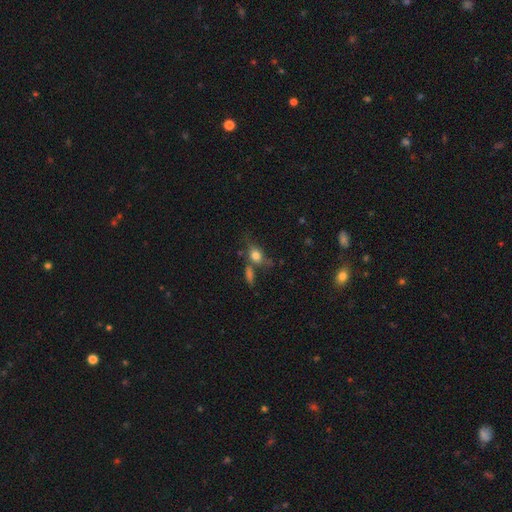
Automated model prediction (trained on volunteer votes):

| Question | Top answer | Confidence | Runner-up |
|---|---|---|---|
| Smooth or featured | smooth | 66% | featured or disk (22%) |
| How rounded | in between | 63% | round (27%) |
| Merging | none | 46% | merger (22%) |